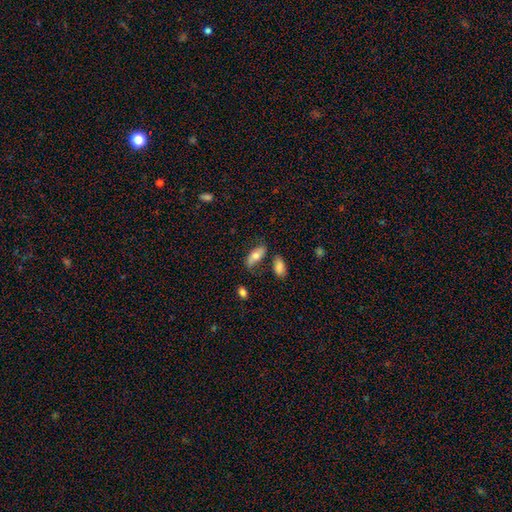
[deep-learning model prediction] The model was most divided on "smooth or featured": smooth: 68%, featured or disk: 25%, star or artifact: 7%. More confident: how rounded — in between (82%); merging — none (65%).